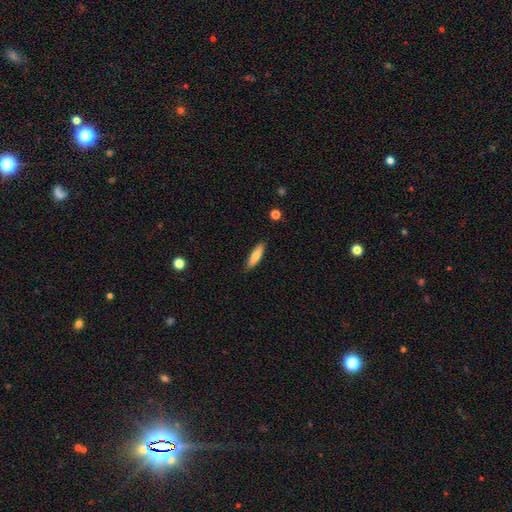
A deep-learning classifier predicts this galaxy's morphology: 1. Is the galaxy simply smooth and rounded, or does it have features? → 72% smooth, 21% featured or disk, 6% star or artifact.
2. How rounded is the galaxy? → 64% cigar-shaped, 34% in between, 2% round.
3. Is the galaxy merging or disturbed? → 87% none, 10% minor disturbance, 2% major disturbance, 1% merger.